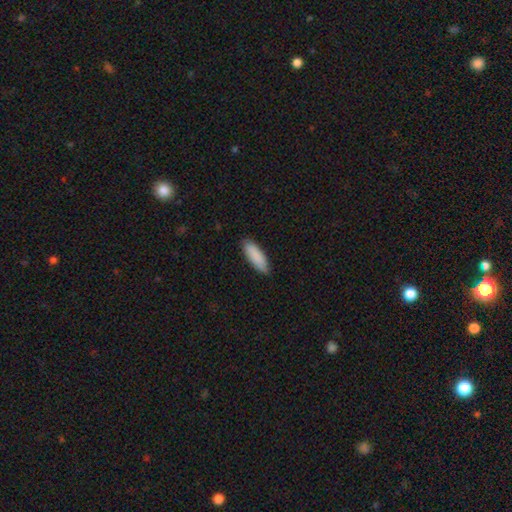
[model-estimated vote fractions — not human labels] This is clearly a smooth galaxy (89%). How rounded: possibly in between (53%). Merging: clearly none (86%).